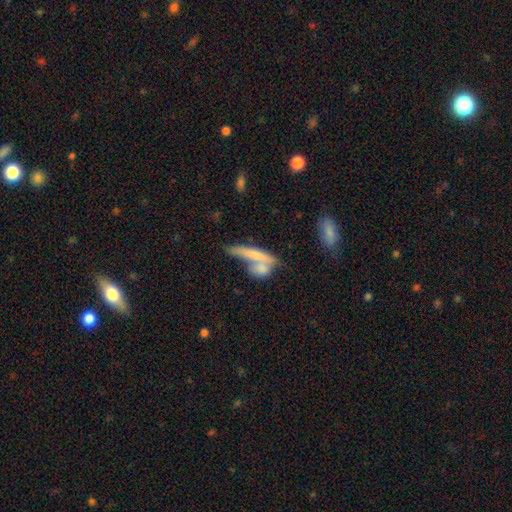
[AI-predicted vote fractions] smooth-or-featured: smooth: 61% | featured or disk: 30% | star or artifact: 9%
  how-rounded: cigar-shaped: 70% | in between: 24% | round: 6%
  merging: merger: 46% | none: 36% | minor disturbance: 11% | major disturbance: 7%